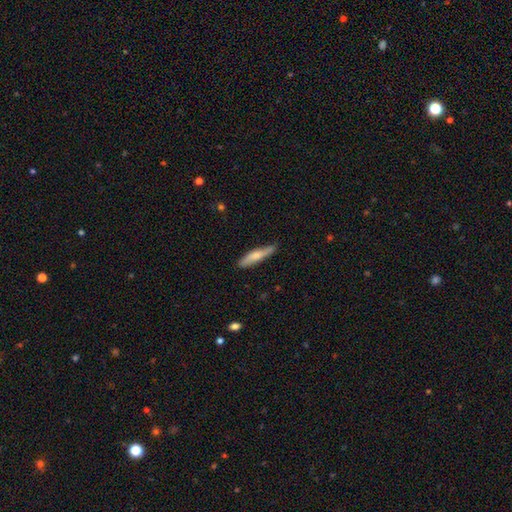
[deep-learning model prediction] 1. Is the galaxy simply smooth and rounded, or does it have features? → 63% smooth, 32% featured or disk, 5% star or artifact.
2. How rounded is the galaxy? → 80% cigar-shaped, 18% in between, 2% round.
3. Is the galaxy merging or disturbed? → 73% none, 22% minor disturbance, 3% major disturbance, 2% merger.